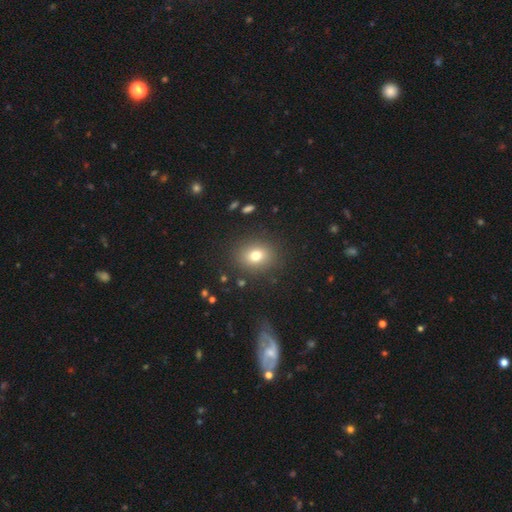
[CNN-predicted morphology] This is likely a smooth galaxy (75%). How rounded: possibly round (59%). Merging: clearly none (86%).